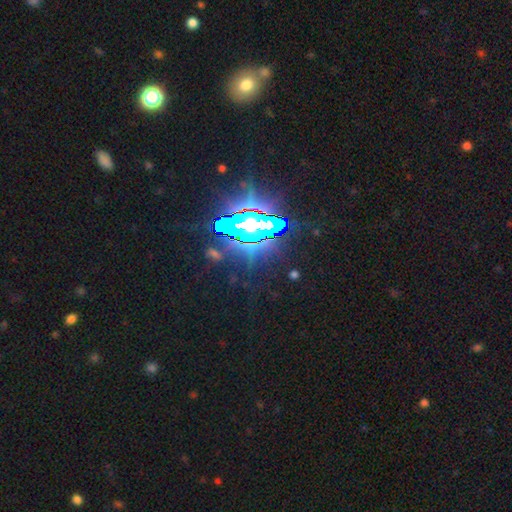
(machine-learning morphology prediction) Smooth or featured? star or artifact (82%)